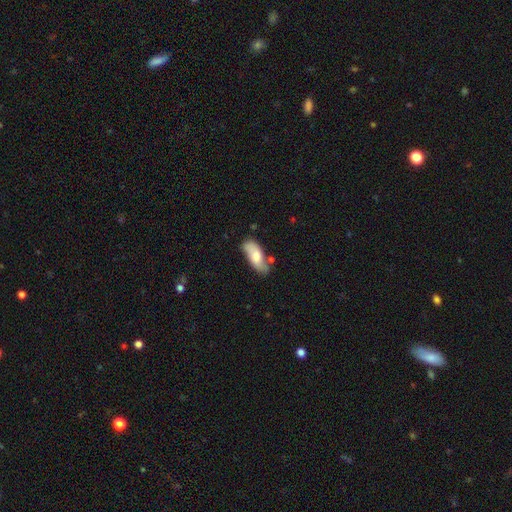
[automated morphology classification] This is likely a smooth galaxy (68%). How rounded: likely in between (80%). Merging: likely none (60%).